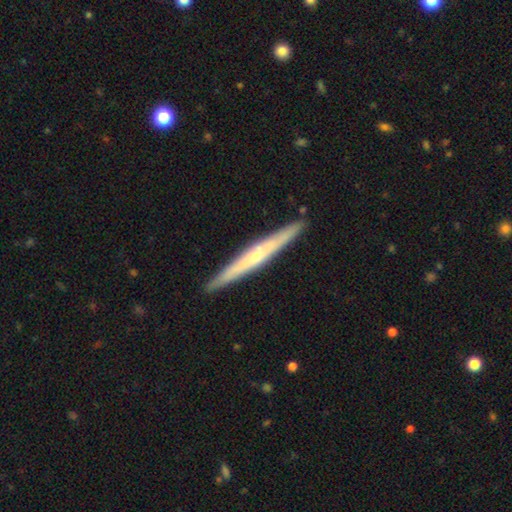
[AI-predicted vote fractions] Smooth or featured? featured or disk (61%)
Edge-on disk? yes (97%)
Edge-on bulge? rounded (52%)
Merging? none (92%)